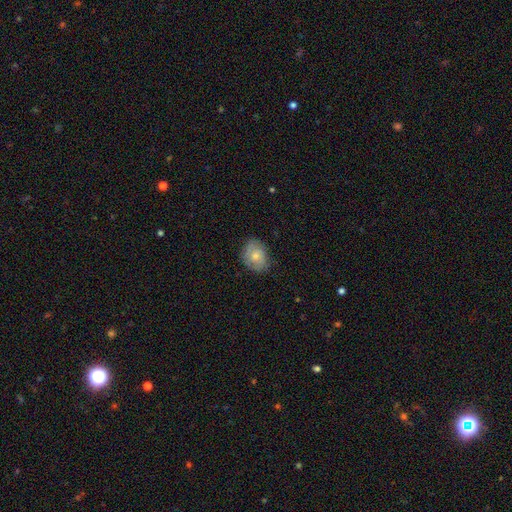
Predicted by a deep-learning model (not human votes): A smooth galaxy with no disk features (52%) that is in between round and cigar-shaped (57%).

Vote fractions:
- Smooth or featured? smooth: 52% / featured or disk: 40% / star or artifact: 7%
- How rounded? in between: 57% / round: 42% / cigar-shaped: 1%
- Merging? none: 75% / minor disturbance: 19% / major disturbance: 5% / merger: 1%